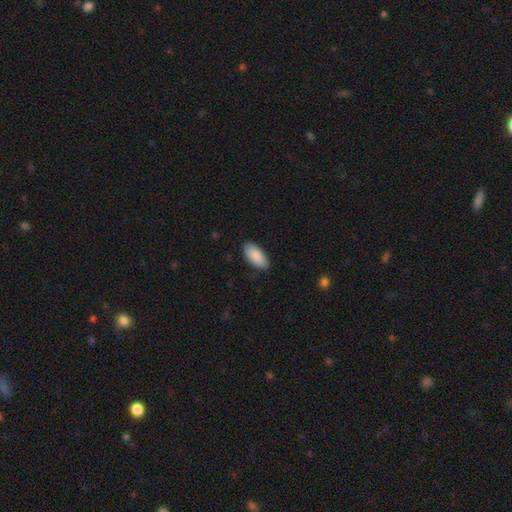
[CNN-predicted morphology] This is clearly a smooth galaxy (88%). How rounded: clearly in between (93%). Merging: clearly none (85%).